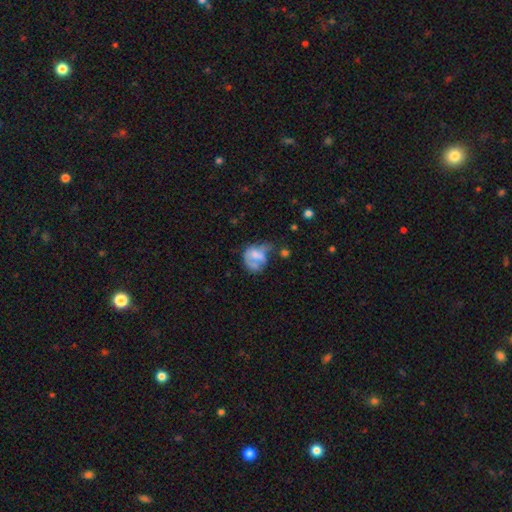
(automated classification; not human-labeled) Smooth or featured: smooth — 51% (featured or disk — 39%)
How rounded: in between — 53% (round — 45%)
Merging: major disturbance — 36% (minor disturbance — 25%)